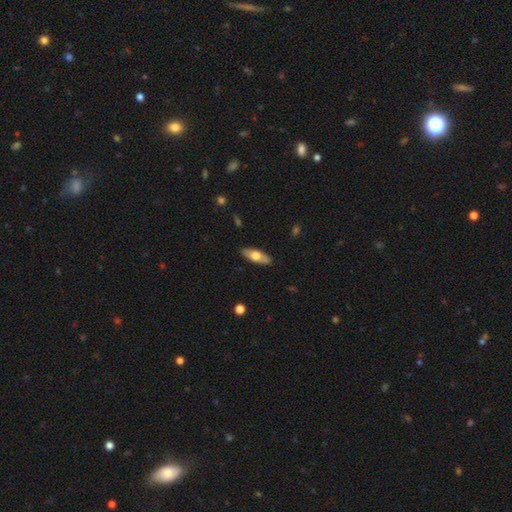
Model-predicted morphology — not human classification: type=smooth (60%); roundness=in between (68%); merging=none (88%).